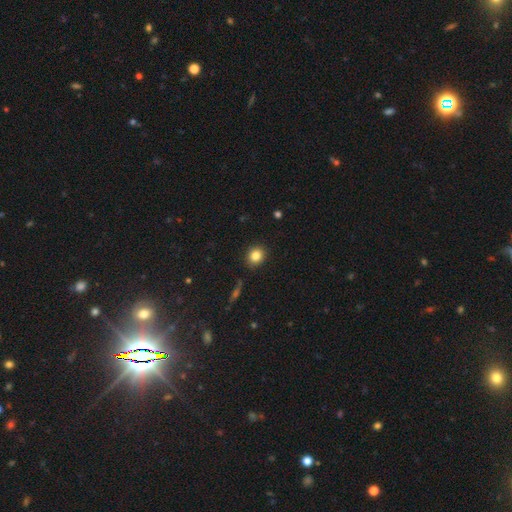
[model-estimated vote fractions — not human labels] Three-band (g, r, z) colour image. It shows a smooth galaxy with no disk features (83%) that is round (73%). Merging: none (89%).